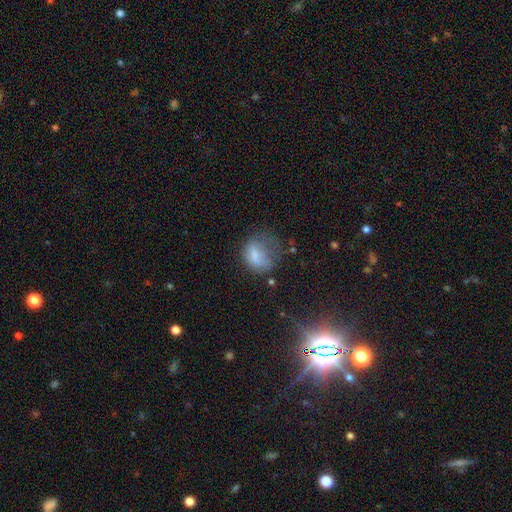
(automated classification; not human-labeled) A smooth galaxy with no disk features (66%) that is in between round and cigar-shaped (51%).

Vote fractions:
- Smooth or featured? smooth: 66% / featured or disk: 22% / star or artifact: 12%
- How rounded? in between: 51% / round: 48% / cigar-shaped: 2%
- Merging? major disturbance: 42% / none: 28% / minor disturbance: 26% / merger: 4%